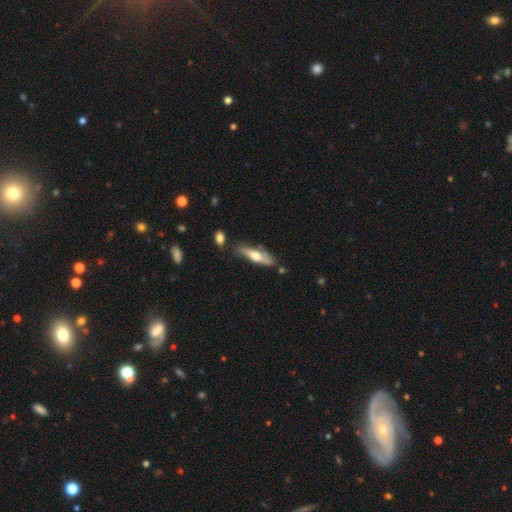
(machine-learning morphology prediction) Overall: smooth (51%; featured or disk 43%). How rounded: cigar-shaped (66%; in between 32%). Merging: none (66%).